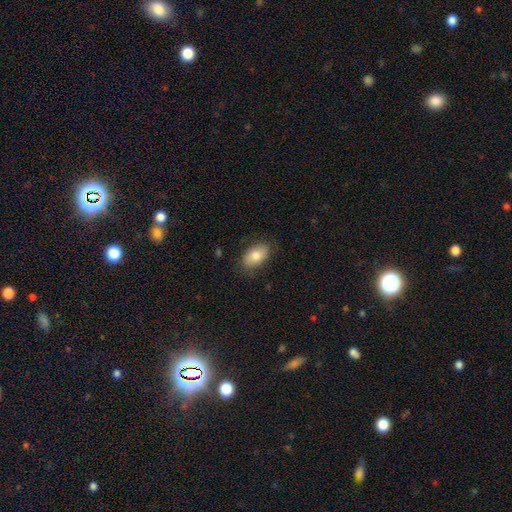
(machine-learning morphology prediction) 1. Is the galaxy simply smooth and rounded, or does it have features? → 81% smooth, 12% featured or disk, 7% star or artifact.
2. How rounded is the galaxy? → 91% in between, 8% round, 1% cigar-shaped.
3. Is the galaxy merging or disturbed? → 81% none, 14% minor disturbance, 4% major disturbance, 1% merger.